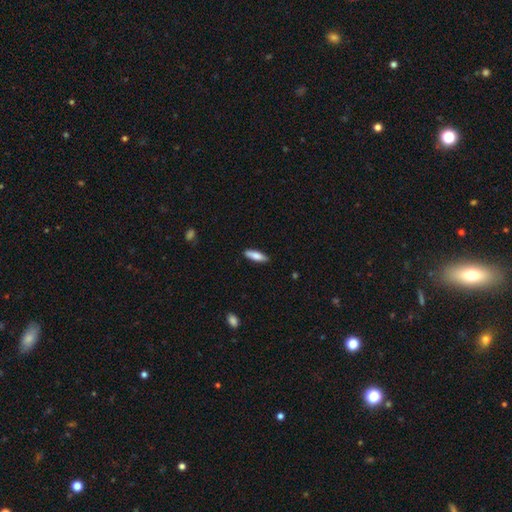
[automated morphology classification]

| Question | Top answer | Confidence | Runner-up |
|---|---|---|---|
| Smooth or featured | smooth | 77% | featured or disk (17%) |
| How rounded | cigar-shaped | 56% | in between (43%) |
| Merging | none | 88% | minor disturbance (9%) |